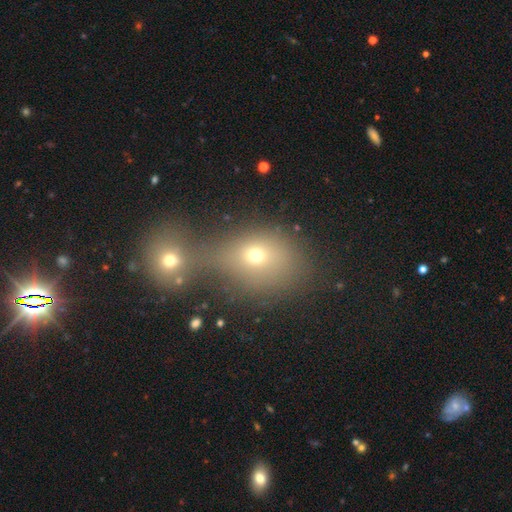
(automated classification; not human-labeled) This appears to be a smooth galaxy with no disk features (64%) that is round (55%). Merging: merger (58%).